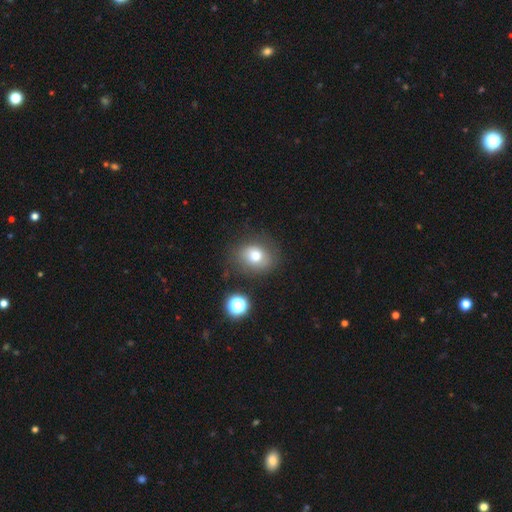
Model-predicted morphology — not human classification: smooth-or-featured: smooth: 75% | featured or disk: 13% | star or artifact: 12%
  how-rounded: round: 53% | in between: 47% | cigar-shaped: 1%
  merging: none: 75% | minor disturbance: 16% | major disturbance: 6% | merger: 3%